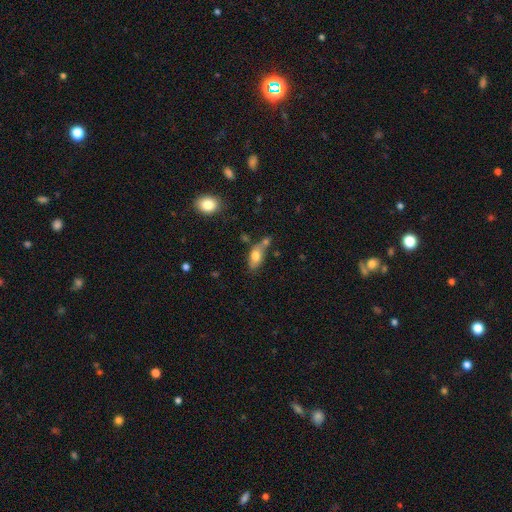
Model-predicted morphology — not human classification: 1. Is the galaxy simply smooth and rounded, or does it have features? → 75% smooth, 17% featured or disk, 9% star or artifact.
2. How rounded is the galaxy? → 84% in between, 10% cigar-shaped, 6% round.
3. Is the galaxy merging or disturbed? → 44% none, 30% merger, 18% minor disturbance, 7% major disturbance.